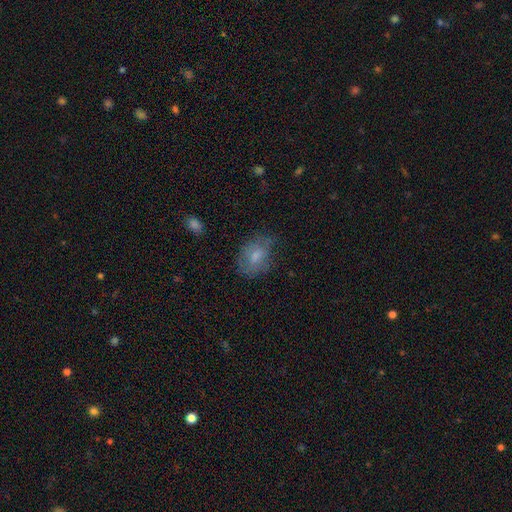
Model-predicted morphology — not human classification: Smooth or featured: smooth — 67% (featured or disk — 24%)
How rounded: in between — 75% (round — 23%)
Merging: none — 55% (minor disturbance — 29%)